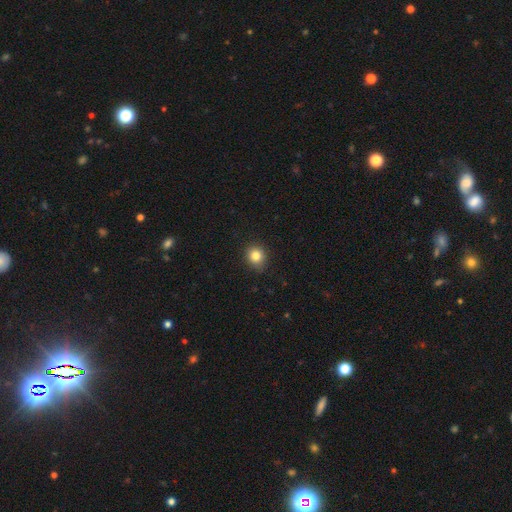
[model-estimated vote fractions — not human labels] Overall: smooth (83%). How rounded: round (81%). Merging: none (87%).